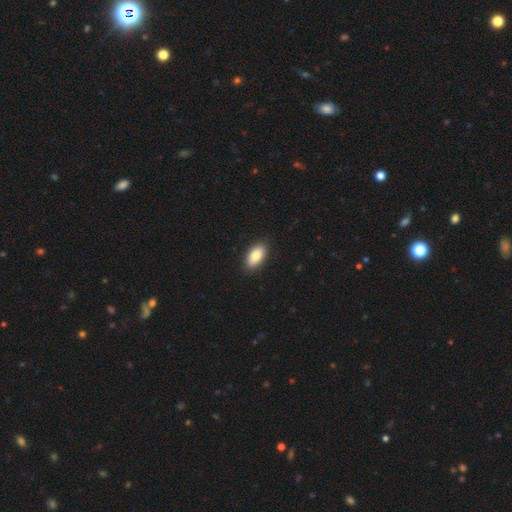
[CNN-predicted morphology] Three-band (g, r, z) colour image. It shows a smooth galaxy with no disk features (84%) that is in between round and cigar-shaped (93%). Merging: none (90%).